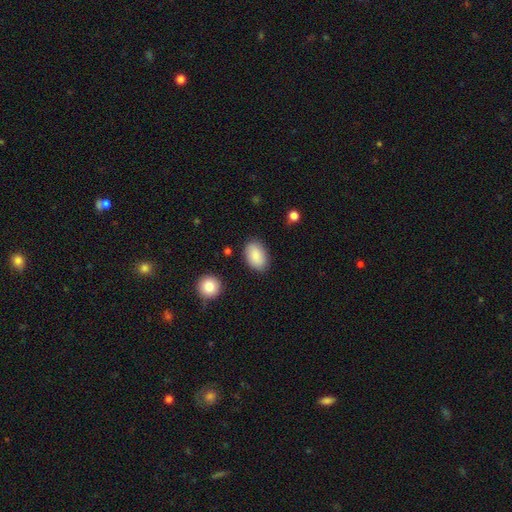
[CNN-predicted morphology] Smooth or featured?
  - smooth: 87% *
  - featured or disk: 7%
  - star or artifact: 6%
How rounded?
  - in between: 89% *
  - round: 10%
  - cigar-shaped: 1%
Merging?
  - none: 84% *
  - minor disturbance: 11%
  - major disturbance: 3%
  - merger: 2%